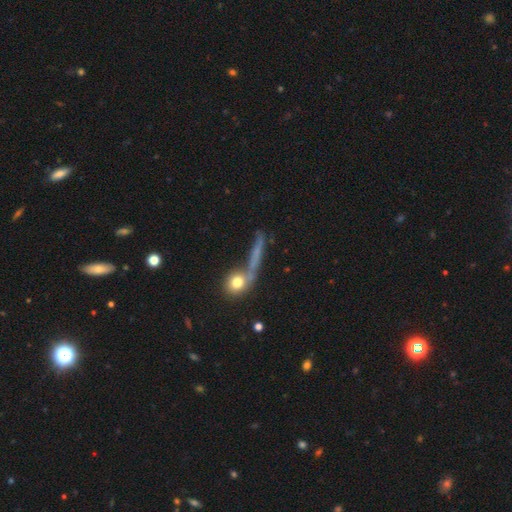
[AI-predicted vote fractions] smooth 48%, featured or disk 35%, star or artifact 16%. Down the decision tree: merging — none (51%).